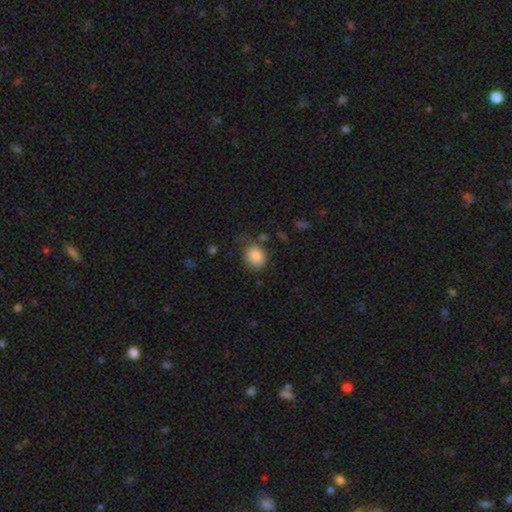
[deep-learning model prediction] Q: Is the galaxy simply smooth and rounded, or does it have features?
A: smooth — 86%.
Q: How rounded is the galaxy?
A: round — 64%.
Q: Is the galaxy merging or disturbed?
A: none — 70%.